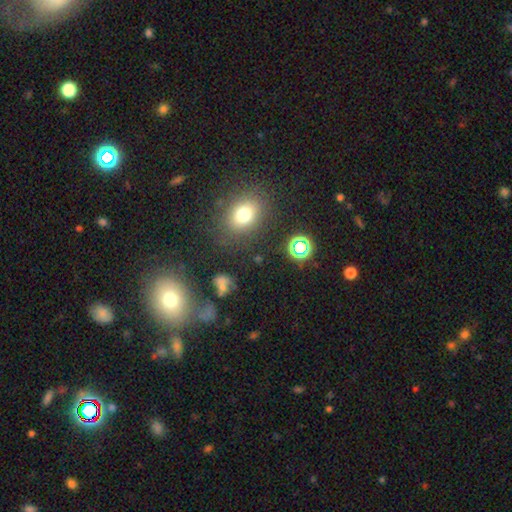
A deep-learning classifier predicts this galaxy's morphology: smooth 63%, star or artifact 28%, featured or disk 9%. Down the decision tree: how rounded — in between (50%); merging — none (84%).